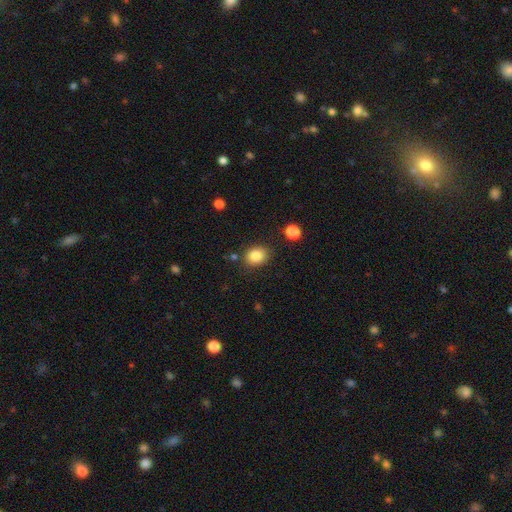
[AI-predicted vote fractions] Q: Smooth or featured?
A: smooth (85%); runner-up: star or artifact (9%)
Q: How rounded?
A: in between (51%); runner-up: round (48%)
Q: Merging?
A: none (80%); runner-up: minor disturbance (13%)